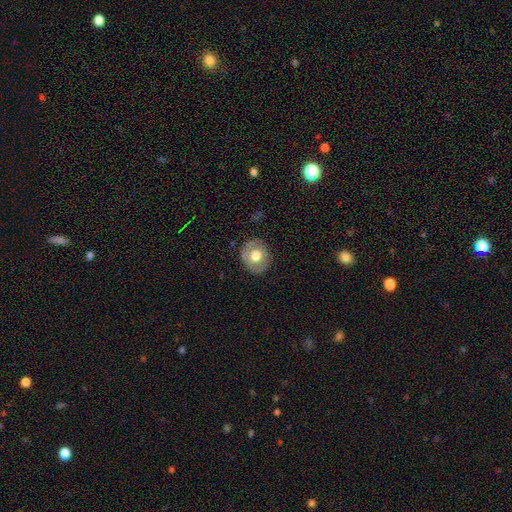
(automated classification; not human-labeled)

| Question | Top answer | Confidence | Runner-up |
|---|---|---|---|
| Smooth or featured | smooth | 65% | featured or disk (27%) |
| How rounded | round | 67% | in between (32%) |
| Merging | none | 85% | minor disturbance (11%) |